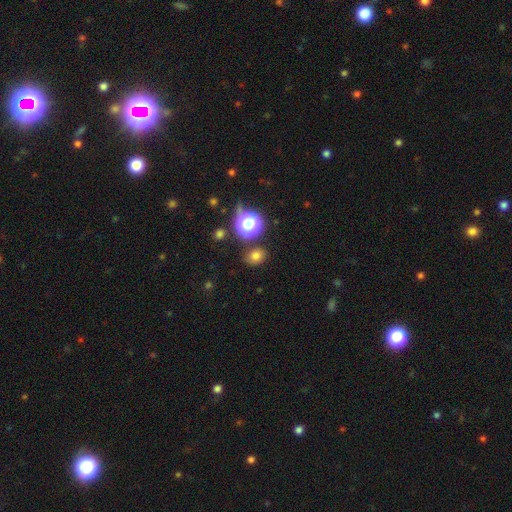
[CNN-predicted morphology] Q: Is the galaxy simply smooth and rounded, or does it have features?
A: smooth — 71%.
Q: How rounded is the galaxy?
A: round — 50%.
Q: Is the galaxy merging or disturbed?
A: none — 80%.